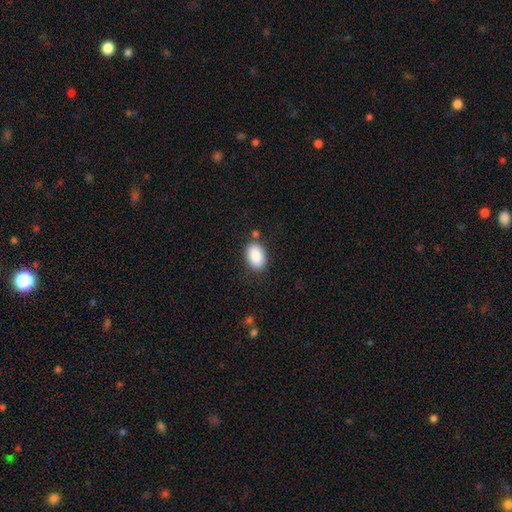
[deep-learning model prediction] Smooth or featured?
  - smooth: 90% *
  - star or artifact: 6%
  - featured or disk: 4%
How rounded?
  - in between: 91% *
  - round: 7%
  - cigar-shaped: 1%
Merging?
  - none: 80% *
  - minor disturbance: 12%
  - merger: 4%
  - major disturbance: 4%